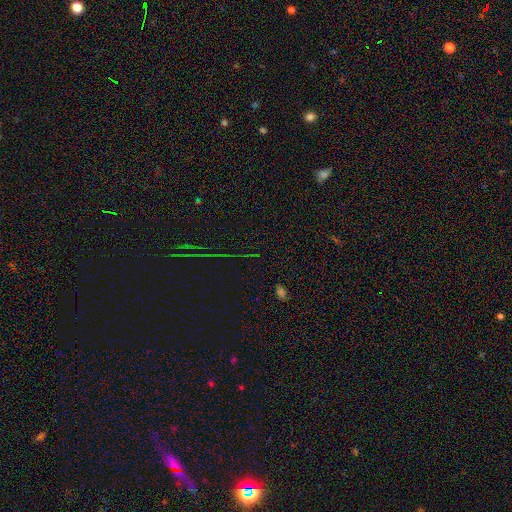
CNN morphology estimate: Smooth or featured?
  - star or artifact: 71% *
  - smooth: 19%
  - featured or disk: 9%